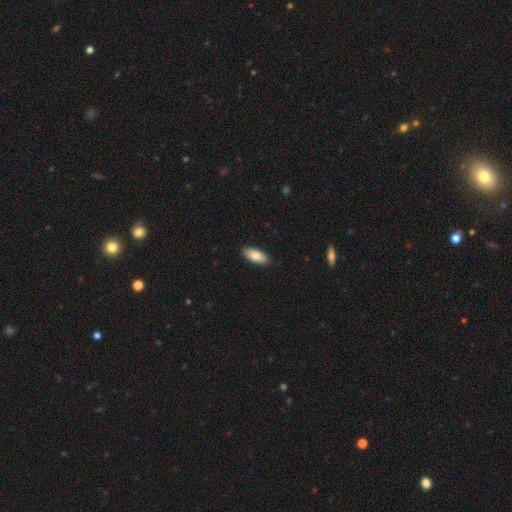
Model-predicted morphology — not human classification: Q: Smooth or featured?
A: smooth (82%); runner-up: featured or disk (12%)
Q: How rounded?
A: in between (83%); runner-up: cigar-shaped (15%)
Q: Merging?
A: none (89%); runner-up: minor disturbance (9%)